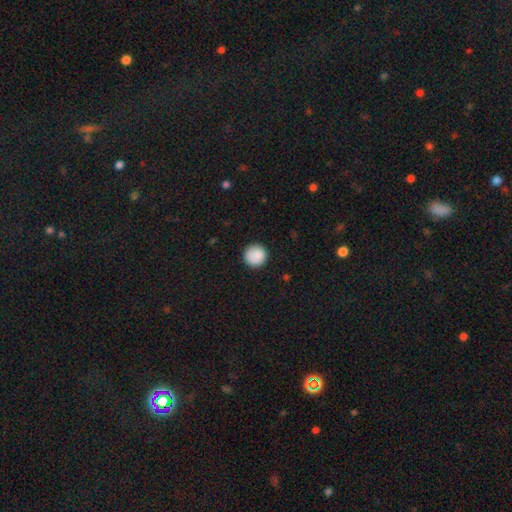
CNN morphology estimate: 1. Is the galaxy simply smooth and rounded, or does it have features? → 87% smooth, 8% star or artifact, 5% featured or disk.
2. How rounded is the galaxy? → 95% round, 4% in between, 1% cigar-shaped.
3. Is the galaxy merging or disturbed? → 89% none, 8% minor disturbance, 2% major disturbance, 1% merger.